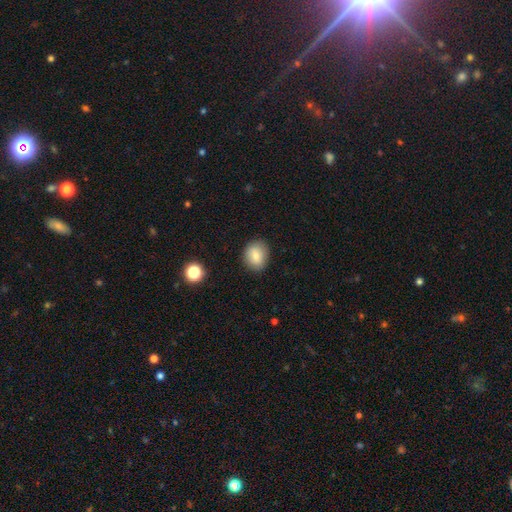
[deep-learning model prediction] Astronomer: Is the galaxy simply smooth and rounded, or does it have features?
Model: smooth — 79%.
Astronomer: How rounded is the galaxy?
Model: round — 56% (runner-up: in between, 43%).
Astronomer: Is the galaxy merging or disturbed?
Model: none — 85%.